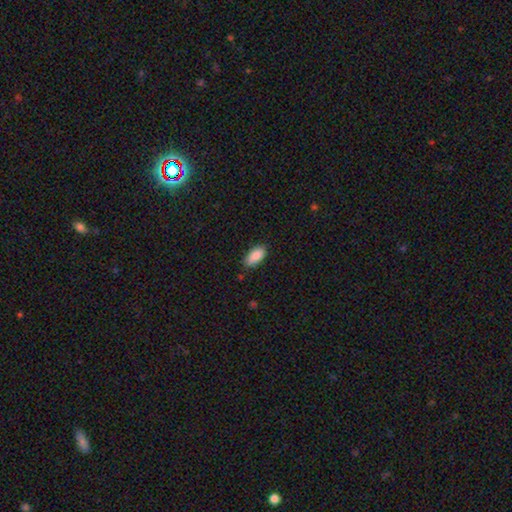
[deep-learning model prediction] A smooth galaxy with no disk features (88%) that is in between round and cigar-shaped (91%).

Vote fractions:
- Smooth or featured? smooth: 88% / star or artifact: 7% / featured or disk: 6%
- How rounded? in between: 91% / cigar-shaped: 7% / round: 2%
- Merging? none: 79% / minor disturbance: 17% / major disturbance: 3% / merger: 2%